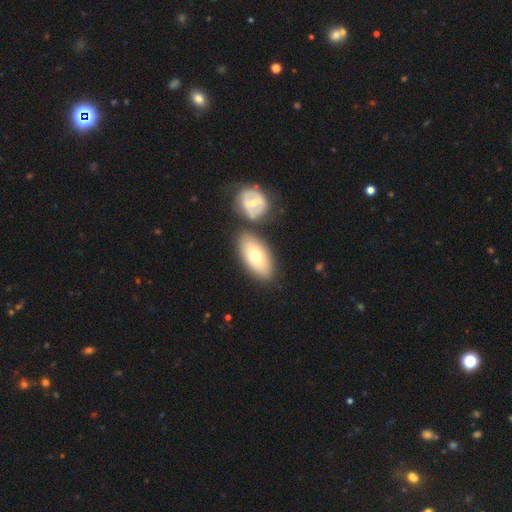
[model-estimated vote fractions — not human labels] The model was most divided on "smooth or featured": smooth: 66%, featured or disk: 28%, star or artifact: 6%. More confident: how rounded — in between (90%); merging — none (69%).